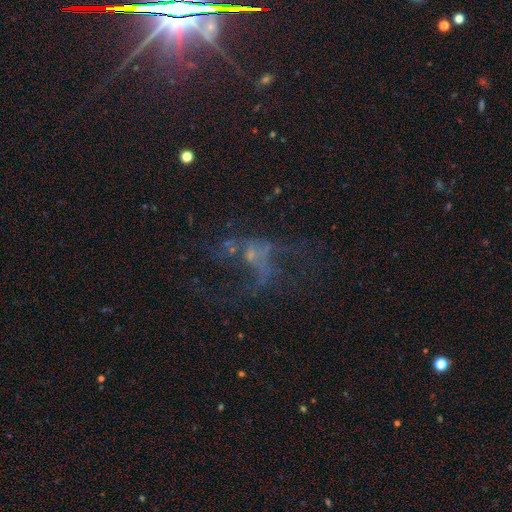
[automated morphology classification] The model was most divided on "merging": major disturbance: 43%, none: 37%, minor disturbance: 12%, merger: 9%. More confident: edge-on disk — no (97%); bar — no (79%); spiral arms — no (67%); smooth or featured — featured or disk (58%); bulge size — none (54%).